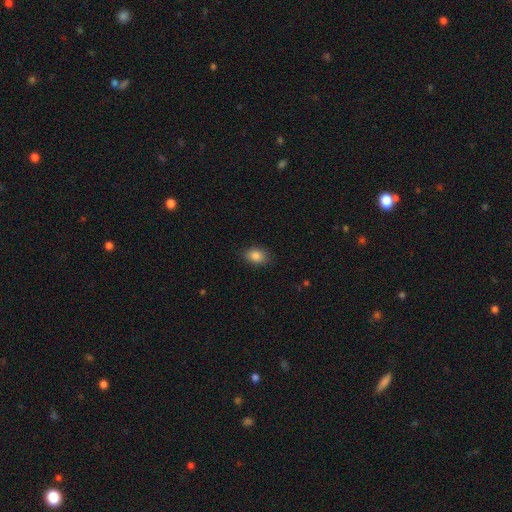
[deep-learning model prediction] Q: Smooth or featured?
A: smooth (85%); runner-up: star or artifact (9%)
Q: How rounded?
A: in between (79%); runner-up: round (19%)
Q: Merging?
A: none (86%); runner-up: minor disturbance (11%)